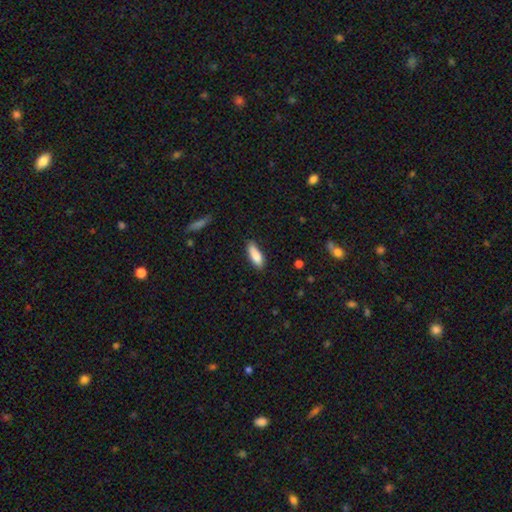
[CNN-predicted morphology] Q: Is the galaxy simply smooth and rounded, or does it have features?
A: smooth — 86%.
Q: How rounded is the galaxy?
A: in between — 62%.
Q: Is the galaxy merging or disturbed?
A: none — 75%.